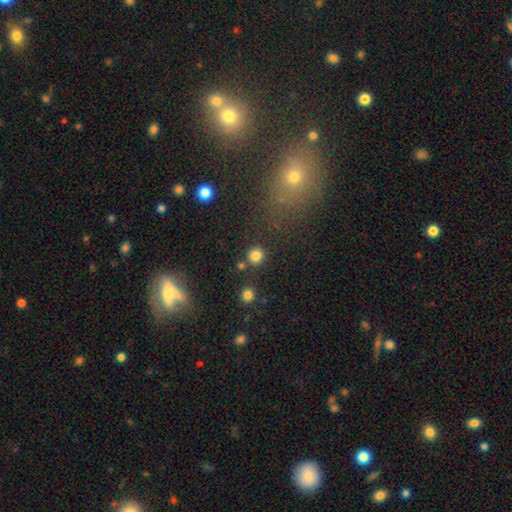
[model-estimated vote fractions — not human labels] Smooth or featured: smooth — 82% (star or artifact — 13%)
How rounded: round — 92% (in between — 7%)
Merging: none — 83% (merger — 7%)